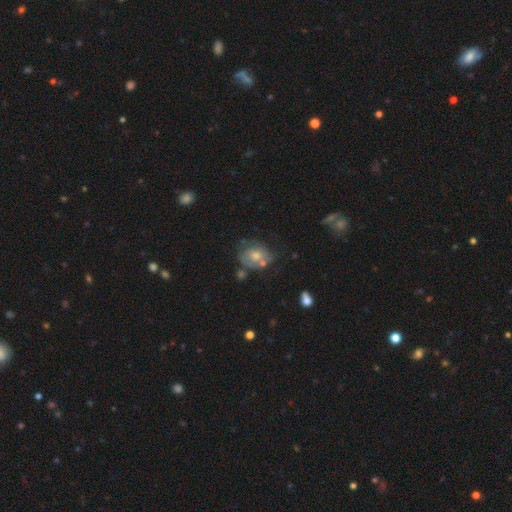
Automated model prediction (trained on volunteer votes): featured or disk 48%, smooth 40%, star or artifact 13%. Down the decision tree: merging — none (53%).